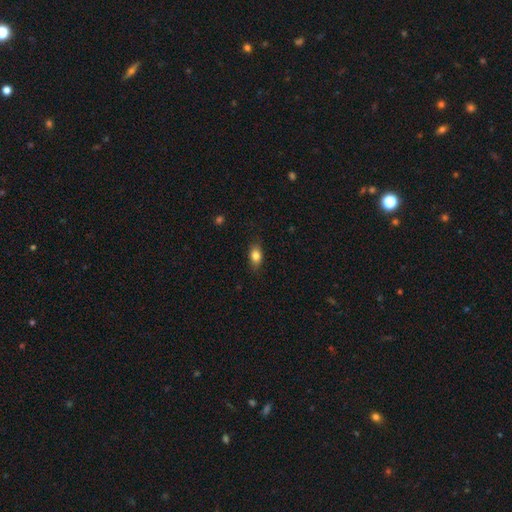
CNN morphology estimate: This is clearly a smooth galaxy (82%). How rounded: clearly in between (82%). Merging: clearly none (83%).